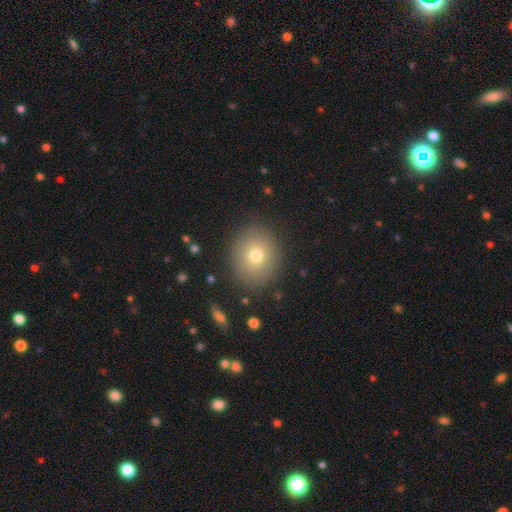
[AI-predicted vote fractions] A smooth galaxy with no disk features (73%) that is round (76%). Merging: none (86%).